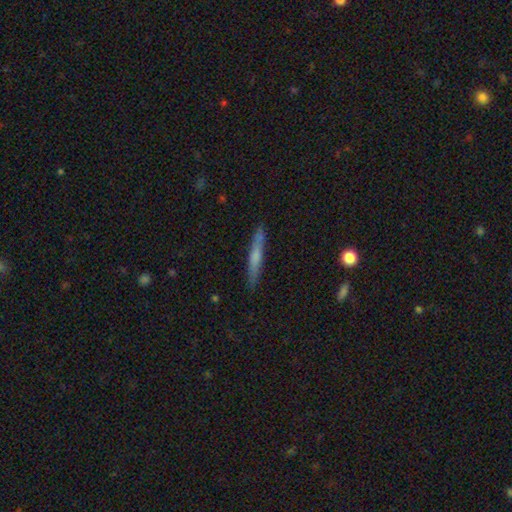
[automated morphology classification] smooth 54%, featured or disk 40%, star or artifact 6%. Down the decision tree: how rounded — cigar-shaped (95%); merging — none (87%).